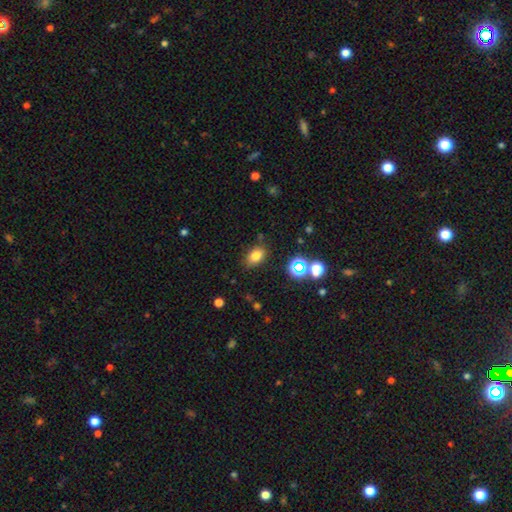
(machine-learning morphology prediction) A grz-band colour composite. It shows a smooth galaxy with no disk features (77%) that is in between round and cigar-shaped (81%). Merging: none (80%).